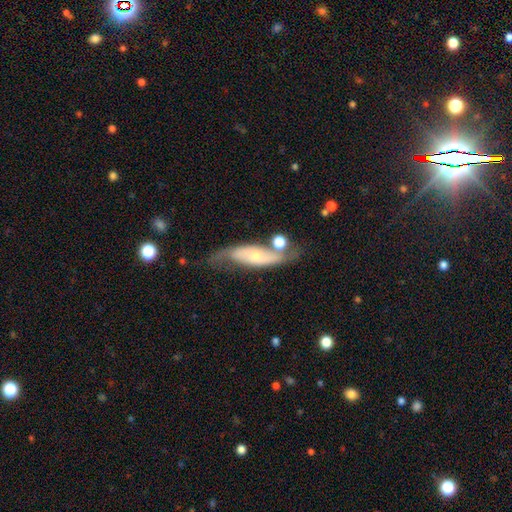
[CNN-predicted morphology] A featured or disk galaxy (66%). Merging: none (53%).